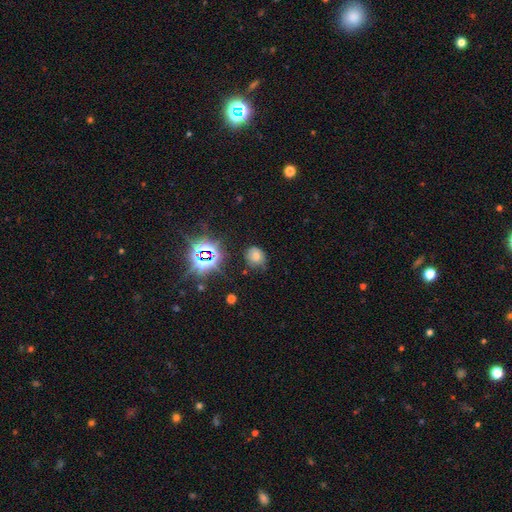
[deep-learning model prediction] Q: Smooth or featured?
A: smooth (59%); runner-up: star or artifact (27%)
Q: How rounded?
A: round (64%); runner-up: in between (35%)
Q: Merging?
A: none (63%); runner-up: minor disturbance (26%)